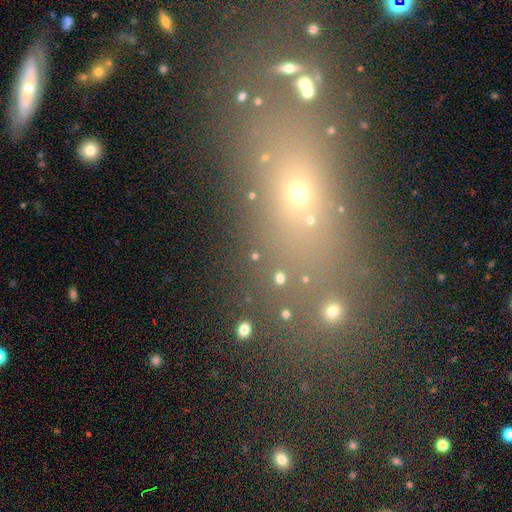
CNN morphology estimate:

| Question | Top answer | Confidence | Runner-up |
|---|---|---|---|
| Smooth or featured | star or artifact | 44% | smooth (42%) |